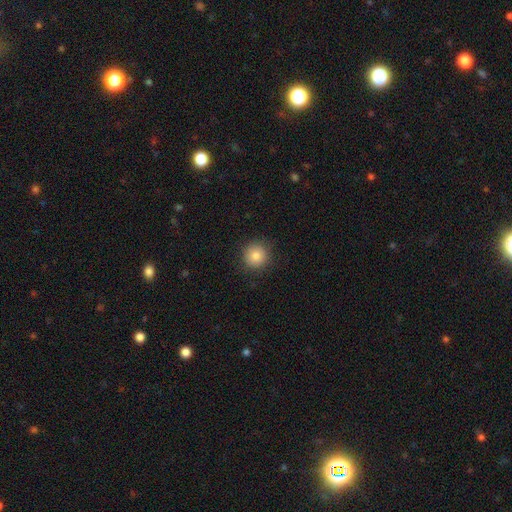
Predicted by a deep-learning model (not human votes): The model was most divided on "smooth or featured": smooth: 85%, star or artifact: 10%, featured or disk: 6%. More confident: how rounded — round (94%); merging — none (89%).